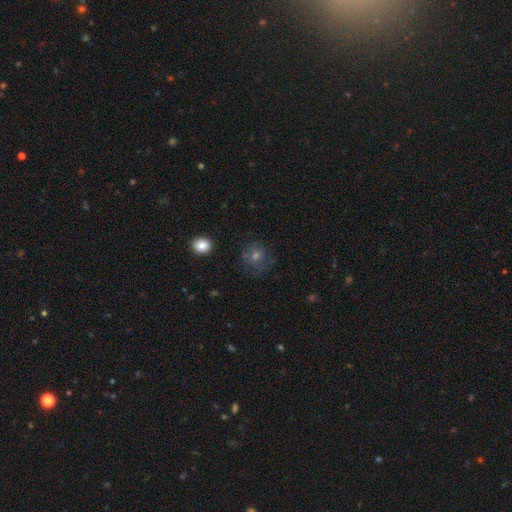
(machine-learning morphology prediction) smooth_or_featured: smooth (p=0.56) [alt: star or artifact p=0.23]
how_rounded: round (p=0.84) [alt: in between p=0.15]
merging: none (p=0.75) [alt: minor disturbance p=0.15]